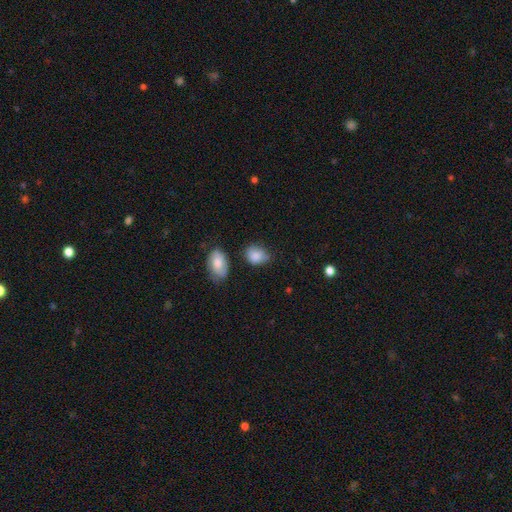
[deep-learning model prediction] A smooth galaxy with no disk features (85%) that is in between round and cigar-shaped (59%).

Vote fractions:
- Smooth or featured? smooth: 85% / star or artifact: 8% / featured or disk: 8%
- How rounded? in between: 59% / round: 40% / cigar-shaped: 1%
- Merging? none: 57% / minor disturbance: 31% / major disturbance: 7% / merger: 5%